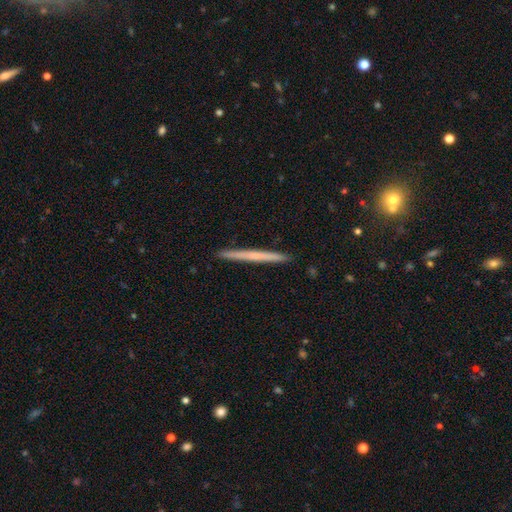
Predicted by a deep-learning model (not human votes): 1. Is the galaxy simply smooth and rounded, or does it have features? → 49% smooth, 45% featured or disk, 6% star or artifact.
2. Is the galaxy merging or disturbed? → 92% none, 5% minor disturbance, 1% major disturbance, 1% merger.